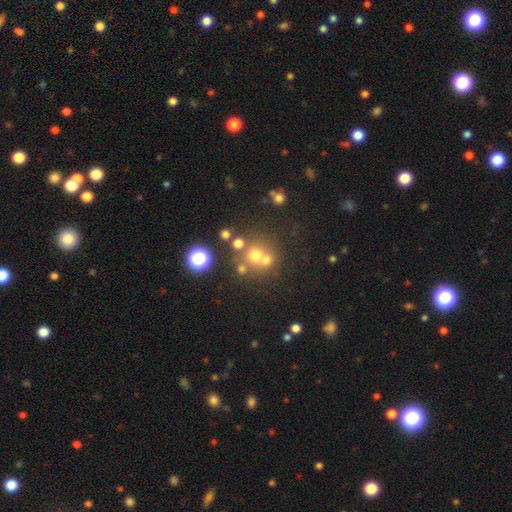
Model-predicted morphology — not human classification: type=smooth (57%); roundness=round (85%); merging=none (50%).